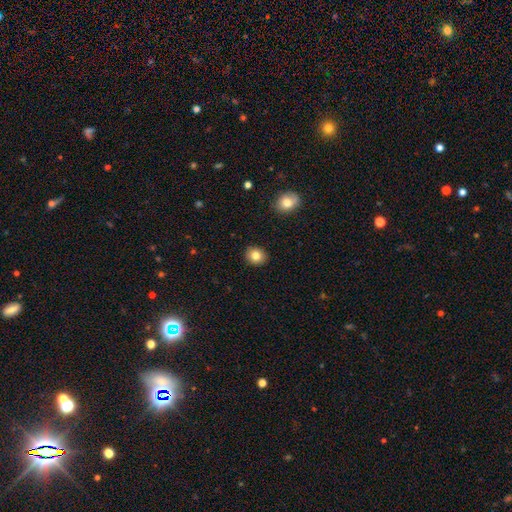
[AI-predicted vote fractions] smooth 82%, star or artifact 10%, featured or disk 8%. Down the decision tree: how rounded — round (73%); merging — none (90%).